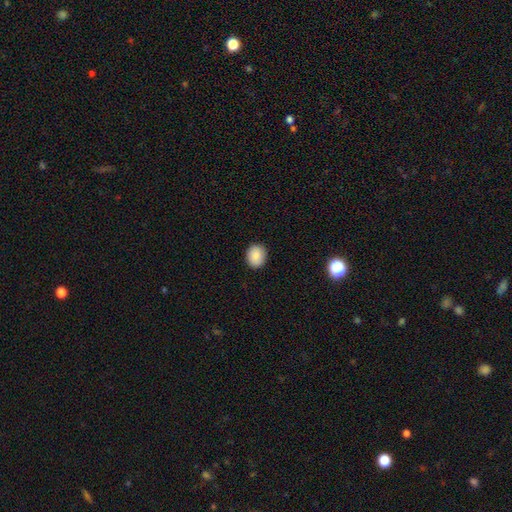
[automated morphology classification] Overall: smooth (87%). How rounded: round (63%; in between 36%). Merging: none (90%).